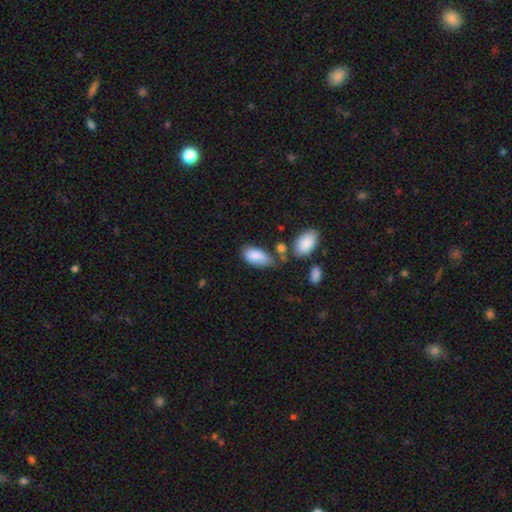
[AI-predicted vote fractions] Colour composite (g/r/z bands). It shows a smooth galaxy with no disk features (85%) that is in between round and cigar-shaped (93%). Merging: none (46%).